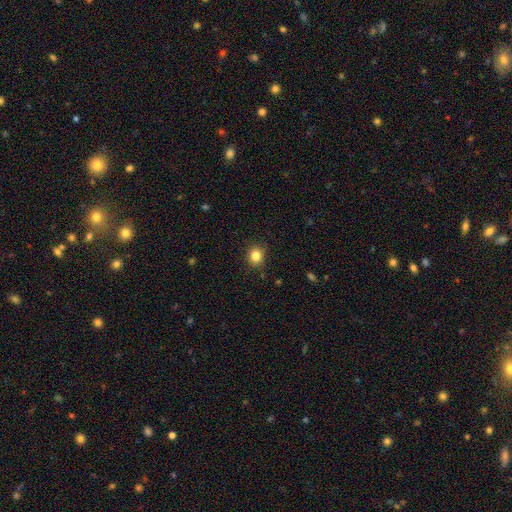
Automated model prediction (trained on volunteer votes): This appears to be a smooth galaxy with no disk features (84%) that is round (76%). Merging: none (88%).